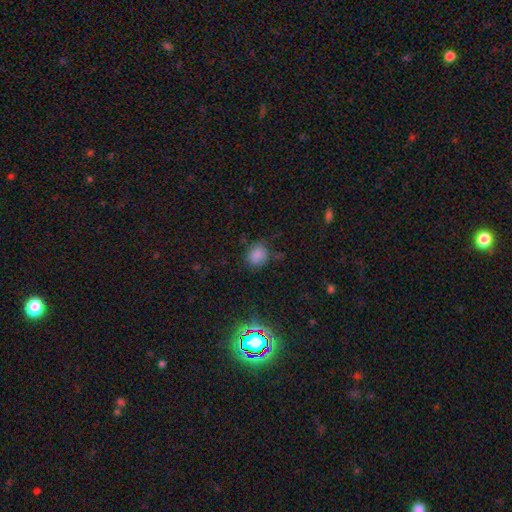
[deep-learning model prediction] smooth-or-featured: smooth: 80% | star or artifact: 15% | featured or disk: 5%
  how-rounded: round: 63% | in between: 36% | cigar-shaped: 1%
  merging: none: 71% | minor disturbance: 20% | major disturbance: 6% | merger: 3%